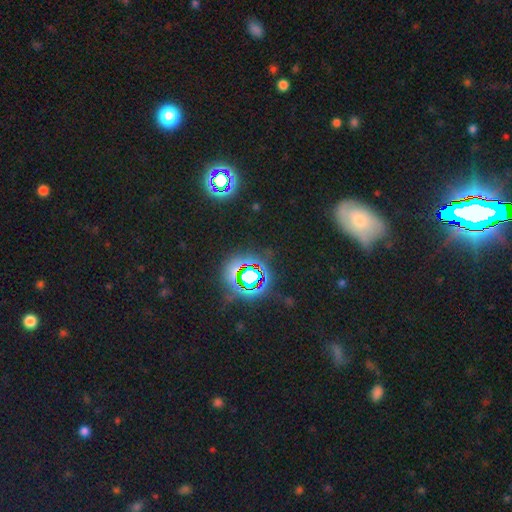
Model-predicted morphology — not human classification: This is likely a star or artifact rather than a galaxy (68%).